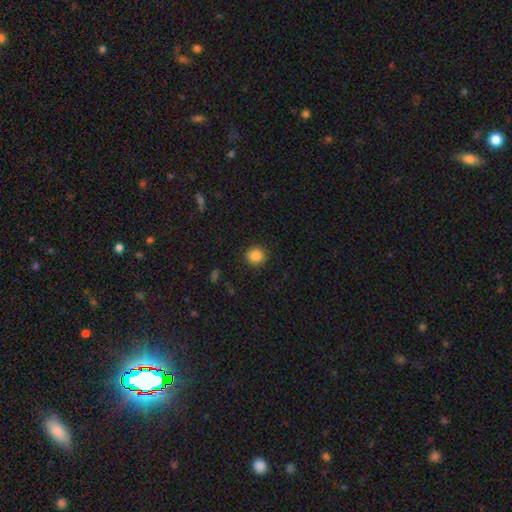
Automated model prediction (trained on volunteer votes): Overall: smooth (86%). How rounded: round (91%). Merging: none (90%).